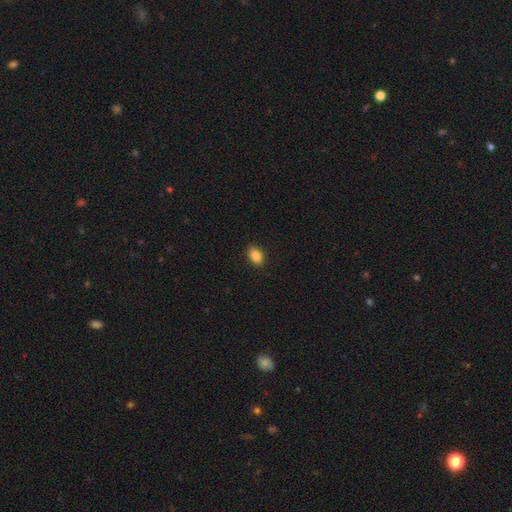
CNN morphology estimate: The model was most divided on "how rounded": in between: 83%, round: 16%, cigar-shaped: 2%. More confident: merging — none (90%); smooth or featured — smooth (86%).